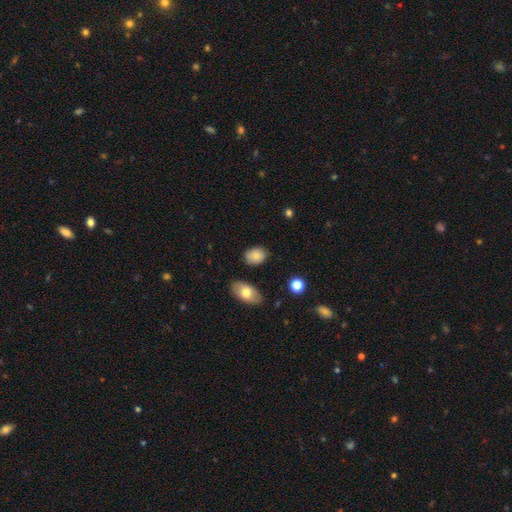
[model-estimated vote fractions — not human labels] Smooth or featured? smooth (83%)
How rounded? in between (73%)
Merging? none (80%)